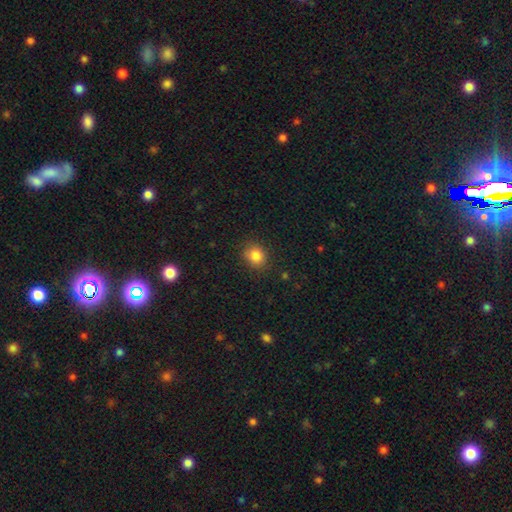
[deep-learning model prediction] Smooth or featured? smooth (84%)
How rounded? round (68%)
Merging? none (85%)